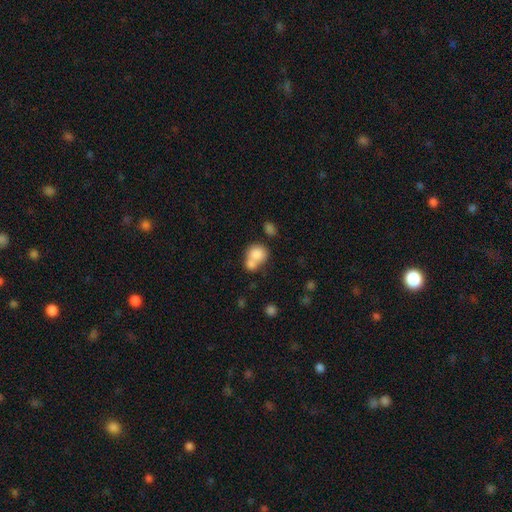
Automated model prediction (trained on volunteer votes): Smooth or featured: smooth — 79% (featured or disk — 12%)
How rounded: round — 69% (in between — 30%)
Merging: merger — 59% (none — 30%)